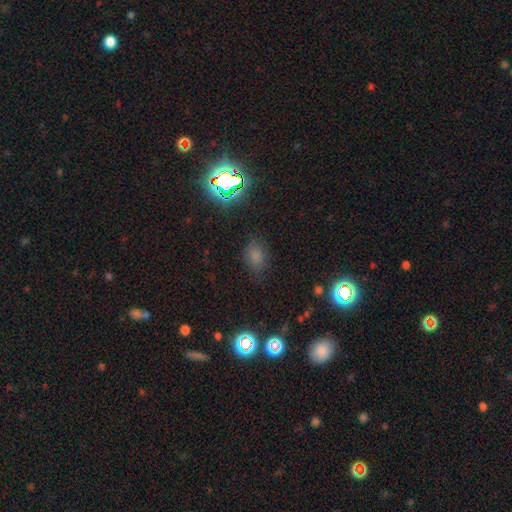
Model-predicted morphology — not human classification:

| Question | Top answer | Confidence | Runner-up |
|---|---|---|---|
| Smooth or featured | smooth | 67% | star or artifact (26%) |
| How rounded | in between | 70% | round (29%) |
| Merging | none | 78% | minor disturbance (15%) |